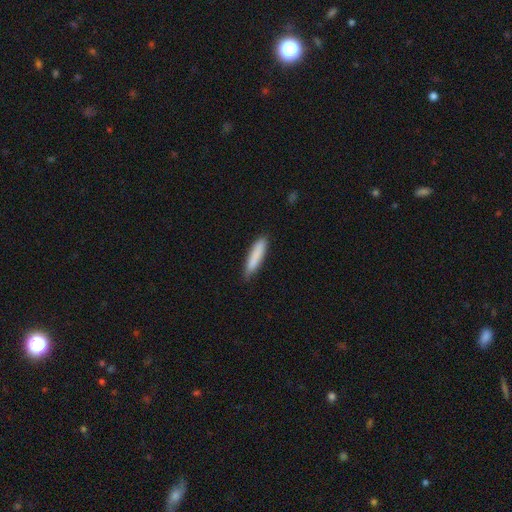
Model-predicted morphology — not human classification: Smooth or featured? Predicted: smooth (p=0.85). How rounded? Predicted: cigar-shaped (p=0.83). Merging? Predicted: none (p=0.81).